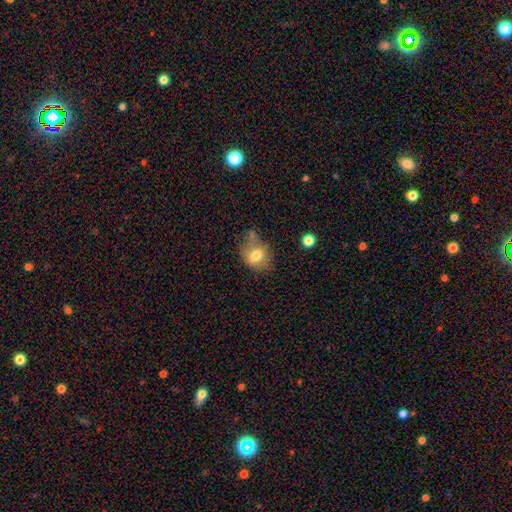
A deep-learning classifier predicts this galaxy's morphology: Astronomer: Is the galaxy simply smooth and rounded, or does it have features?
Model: smooth — 71%.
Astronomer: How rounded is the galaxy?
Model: in between — 63%.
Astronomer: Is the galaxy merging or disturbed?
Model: none — 44% (runner-up: minor disturbance, 29%).